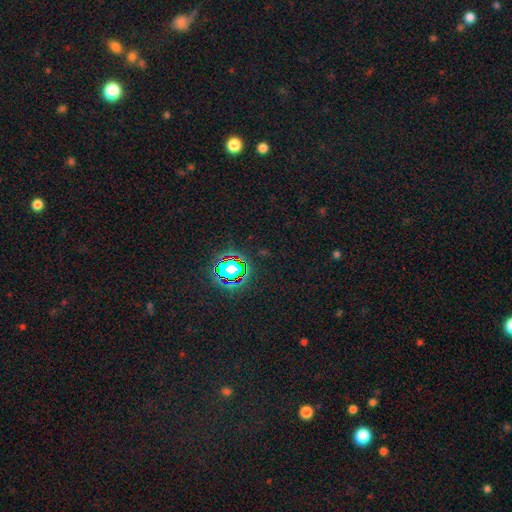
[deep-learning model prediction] Smooth or featured?
  - star or artifact: 79% *
  - smooth: 14%
  - featured or disk: 8%